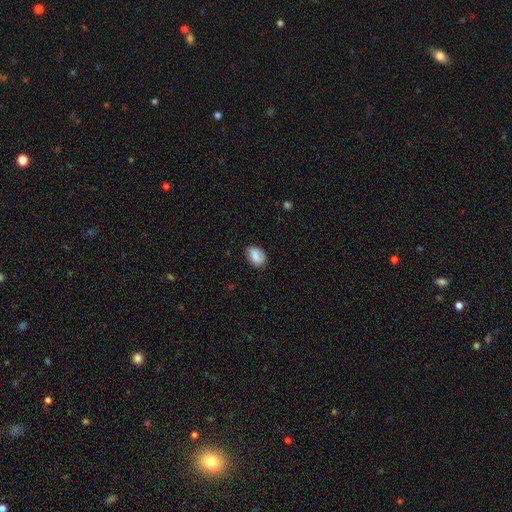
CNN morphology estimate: A smooth galaxy with no disk features (82%) that is in between round and cigar-shaped (83%).

Vote fractions:
- Smooth or featured? smooth: 82% / featured or disk: 10% / star or artifact: 8%
- How rounded? in between: 83% / round: 16% / cigar-shaped: 1%
- Merging? none: 75% / minor disturbance: 20% / major disturbance: 4% / merger: 1%